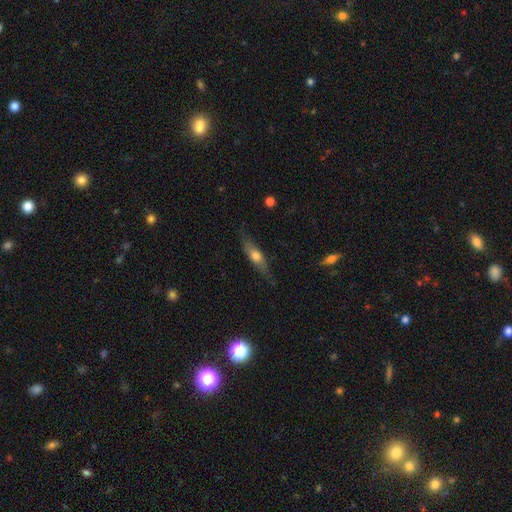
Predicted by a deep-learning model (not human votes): smooth-or-featured: smooth: 53% | featured or disk: 41% | star or artifact: 6%
  how-rounded: cigar-shaped: 63% | in between: 34% | round: 3%
  merging: none: 75% | minor disturbance: 19% | major disturbance: 5% | merger: 2%